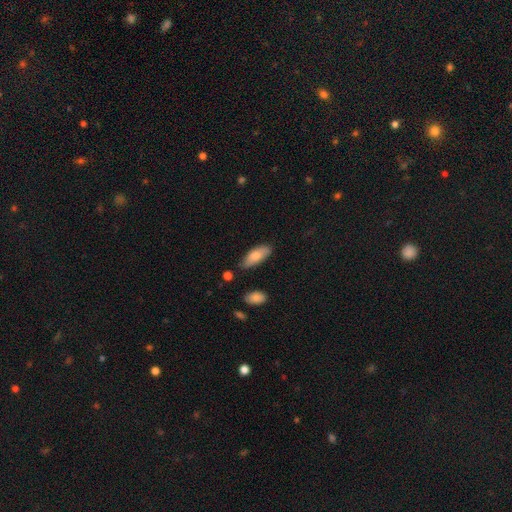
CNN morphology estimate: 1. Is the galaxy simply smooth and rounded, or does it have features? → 80% smooth, 14% featured or disk, 6% star or artifact.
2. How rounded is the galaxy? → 79% in between, 19% cigar-shaped, 2% round.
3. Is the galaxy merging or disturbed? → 73% none, 21% minor disturbance, 4% major disturbance, 3% merger.